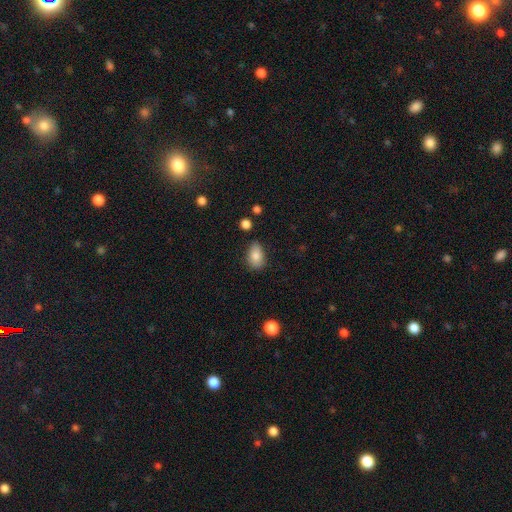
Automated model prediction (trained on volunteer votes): A smooth galaxy with no disk features (82%) that is in between round and cigar-shaped (87%). Merging: none (71%).